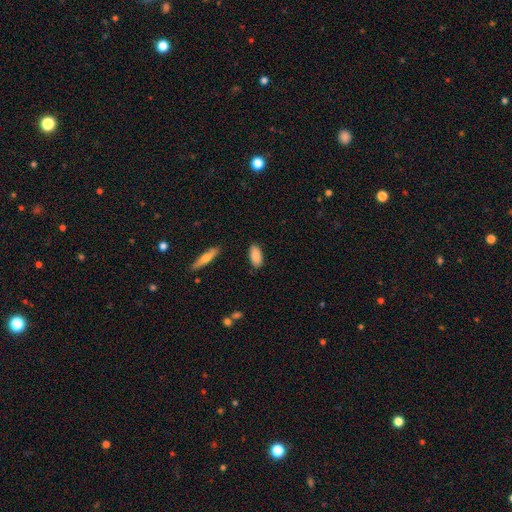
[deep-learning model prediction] This appears to be a smooth galaxy with no disk features (87%) that is in between round and cigar-shaped (86%). Merging: none (87%).